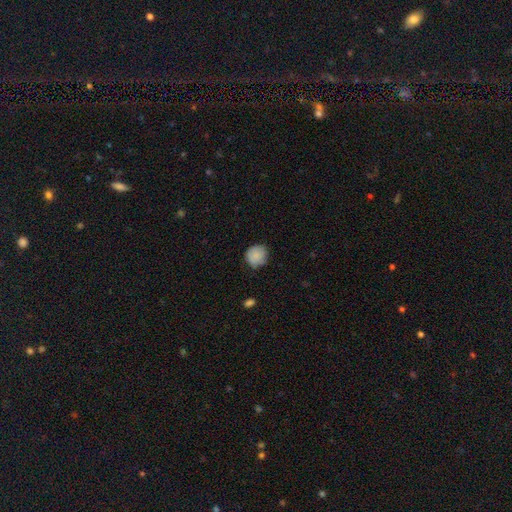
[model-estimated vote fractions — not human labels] A smooth galaxy with no disk features (87%) that is round (89%). Merging: none (77%).